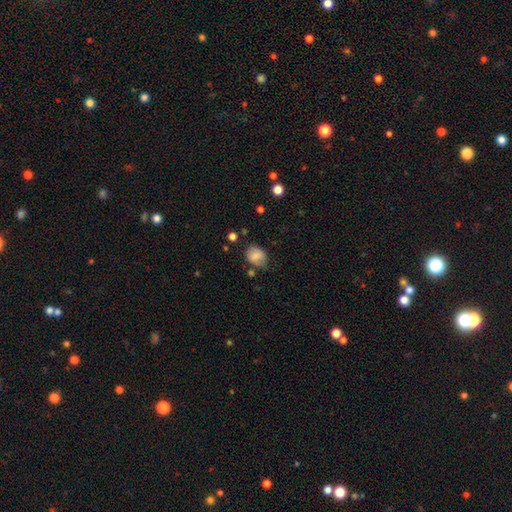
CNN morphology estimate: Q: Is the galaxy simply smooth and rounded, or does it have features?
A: smooth — 80%.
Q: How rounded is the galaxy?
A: in between — 52%.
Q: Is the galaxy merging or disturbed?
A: none — 64%.